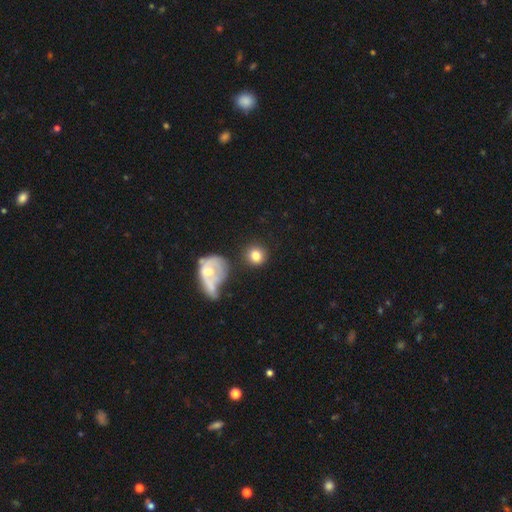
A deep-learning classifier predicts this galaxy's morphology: A smooth galaxy with no disk features (78%) that is round (88%). Merging: none (73%).